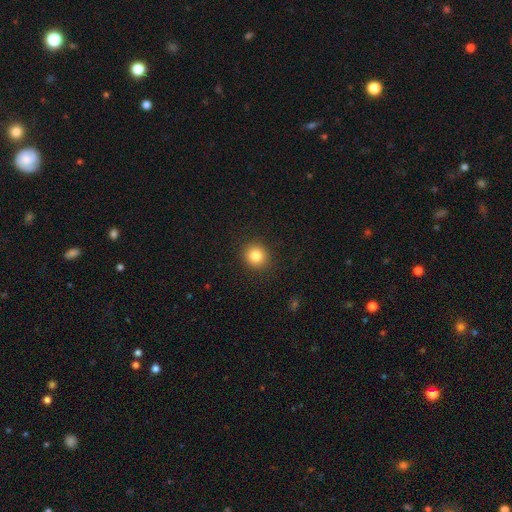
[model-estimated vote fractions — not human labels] smooth_or_featured: smooth (p=0.84) [alt: star or artifact p=0.11]
how_rounded: round (p=0.90) [alt: in between p=0.09]
merging: none (p=0.90) [alt: minor disturbance p=0.06]